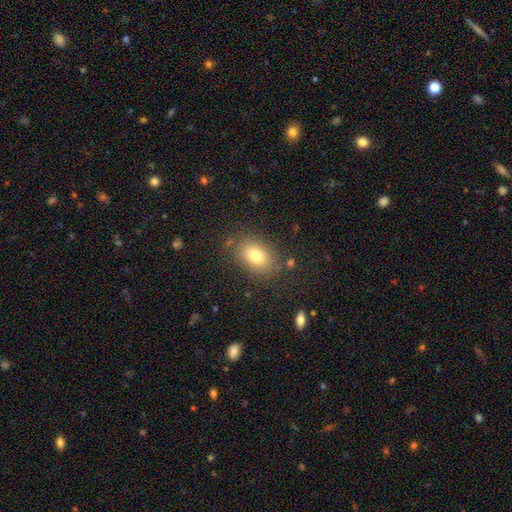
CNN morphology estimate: Smooth or featured?
  - smooth: 77% *
  - featured or disk: 13%
  - star or artifact: 10%
How rounded?
  - in between: 81% *
  - round: 18%
  - cigar-shaped: 2%
Merging?
  - none: 82% *
  - minor disturbance: 12%
  - major disturbance: 4%
  - merger: 2%